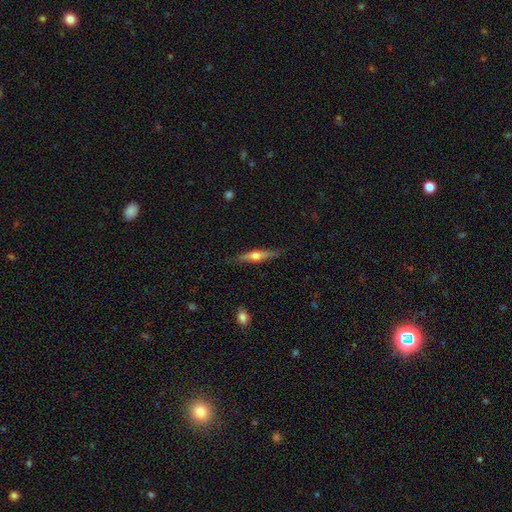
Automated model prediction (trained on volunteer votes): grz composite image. It shows a featured or disk galaxy (63%) viewed edge-on (96%) with a rounded central bulge (93%). Merging: none (85%).